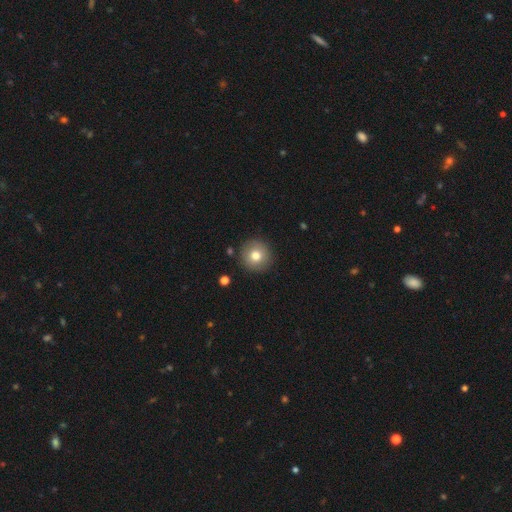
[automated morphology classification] Smooth or featured? smooth (78%)
How rounded? round (95%)
Merging? none (90%)